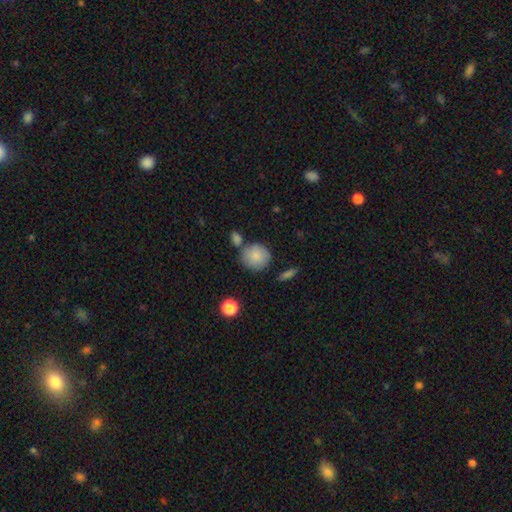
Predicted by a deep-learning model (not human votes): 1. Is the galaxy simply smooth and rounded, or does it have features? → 85% smooth, 7% featured or disk, 7% star or artifact.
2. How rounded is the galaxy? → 88% round, 11% in between, 1% cigar-shaped.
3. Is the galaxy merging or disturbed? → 69% none, 14% merger, 14% minor disturbance, 4% major disturbance.